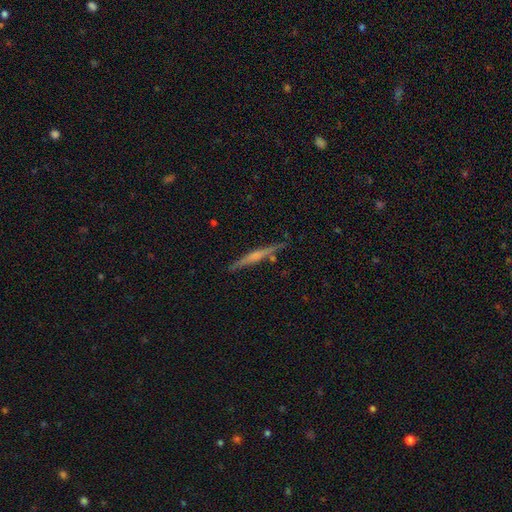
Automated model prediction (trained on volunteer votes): This is likely a featured or disk galaxy (63%). It is clearly viewed edge-on (97%). Edge-on bulge: possibly rounded (49%). Merging: clearly none (85%).